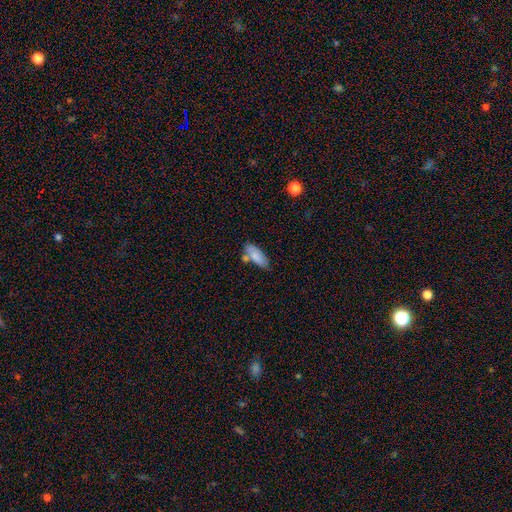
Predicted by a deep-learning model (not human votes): Morphology: type=smooth (82%); roundness=in between (75%); merging=none (60%).